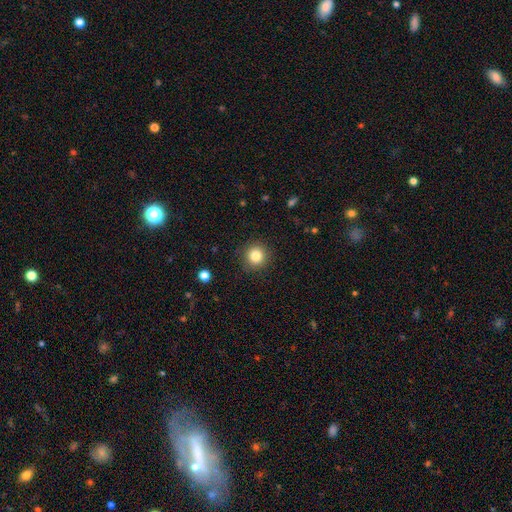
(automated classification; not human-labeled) Q: Smooth or featured?
A: smooth (83%); runner-up: star or artifact (11%)
Q: How rounded?
A: round (94%); runner-up: in between (5%)
Q: Merging?
A: none (90%); runner-up: minor disturbance (6%)